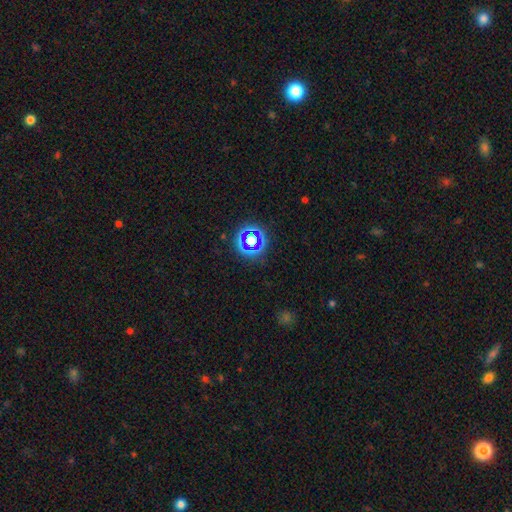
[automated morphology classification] A star or artifact, not a galaxy (48%).